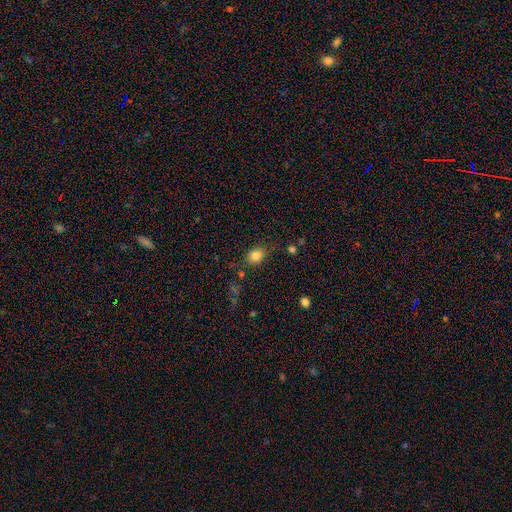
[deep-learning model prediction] Q: Smooth or featured?
A: smooth (83%); runner-up: star or artifact (11%)
Q: How rounded?
A: in between (51%); runner-up: round (48%)
Q: Merging?
A: none (76%); runner-up: minor disturbance (15%)